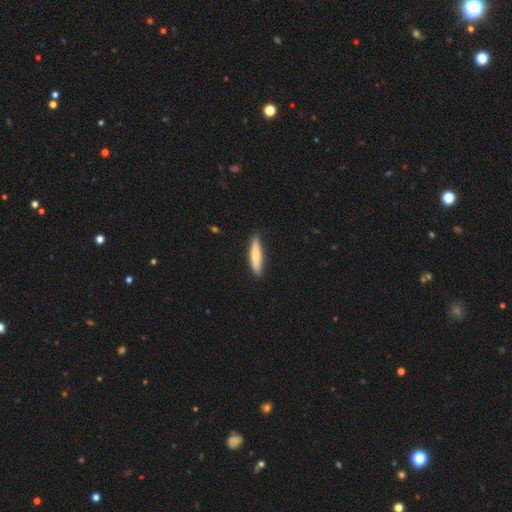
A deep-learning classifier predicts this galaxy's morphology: Q: Smooth or featured?
A: smooth (65%); runner-up: featured or disk (29%)
Q: How rounded?
A: cigar-shaped (83%); runner-up: in between (16%)
Q: Merging?
A: none (87%); runner-up: minor disturbance (10%)